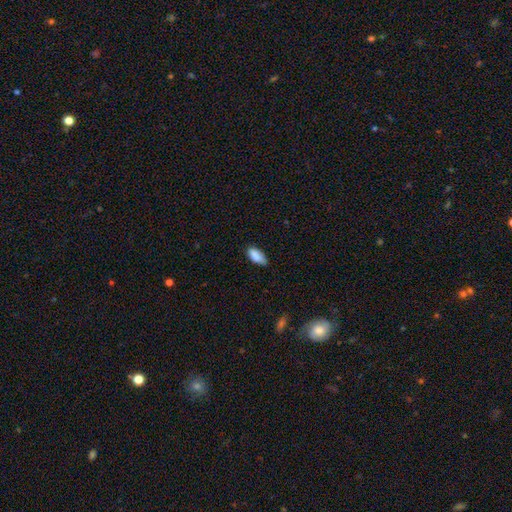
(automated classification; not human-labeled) Smooth or featured? Predicted: smooth (p=0.88). How rounded? Predicted: in between (p=0.87). Merging? Predicted: none (p=0.67).